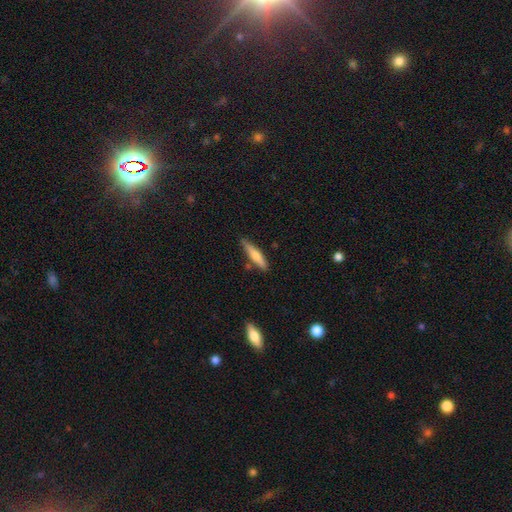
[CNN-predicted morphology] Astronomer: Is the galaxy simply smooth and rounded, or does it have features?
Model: smooth — 61%.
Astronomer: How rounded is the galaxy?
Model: cigar-shaped — 84%.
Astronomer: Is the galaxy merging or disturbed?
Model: none — 78%.